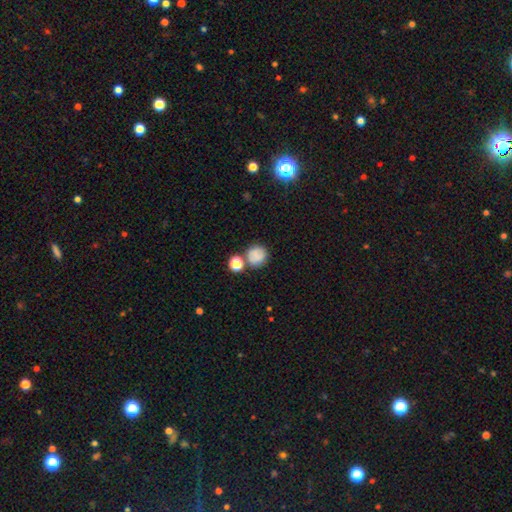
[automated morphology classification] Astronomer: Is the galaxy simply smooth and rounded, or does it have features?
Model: smooth — 75%.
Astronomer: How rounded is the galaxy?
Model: round — 87%.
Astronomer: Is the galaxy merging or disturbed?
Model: none — 66%.